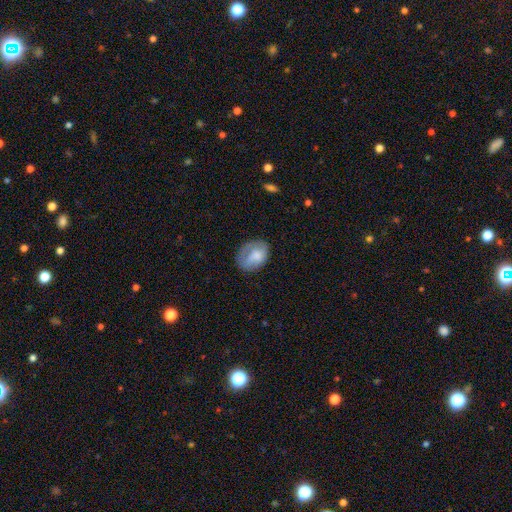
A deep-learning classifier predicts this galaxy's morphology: smooth 70%, featured or disk 23%, star or artifact 7%. Down the decision tree: how rounded — in between (69%); merging — none (55%).